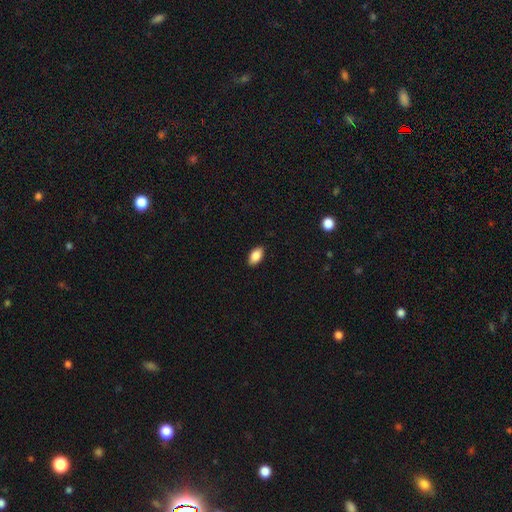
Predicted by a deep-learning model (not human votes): Smooth or featured? Predicted: smooth (p=0.88). How rounded? Predicted: in between (p=0.93). Merging? Predicted: none (p=0.89).